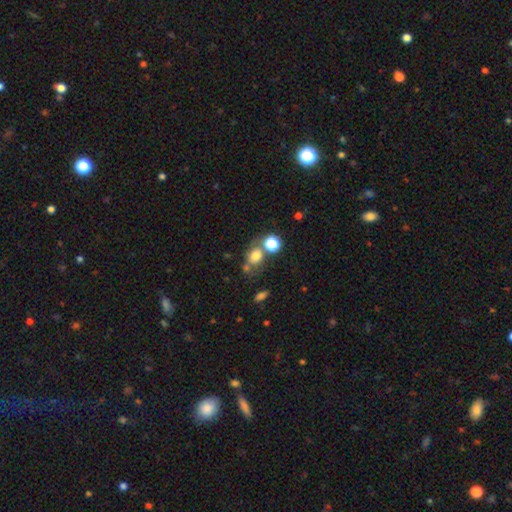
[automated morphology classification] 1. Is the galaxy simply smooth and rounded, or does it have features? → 71% smooth, 15% star or artifact, 13% featured or disk.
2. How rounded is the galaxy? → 59% round, 39% in between, 1% cigar-shaped.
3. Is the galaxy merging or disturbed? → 51% none, 27% merger, 14% minor disturbance, 8% major disturbance.